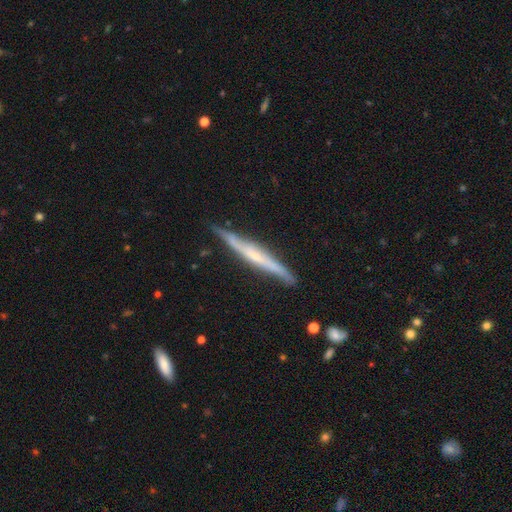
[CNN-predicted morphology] featured or disk 68%, smooth 26%, star or artifact 6%. Down the decision tree: edge-on disk — yes (94%); edge-on bulge — none (50%); merging — none (82%).